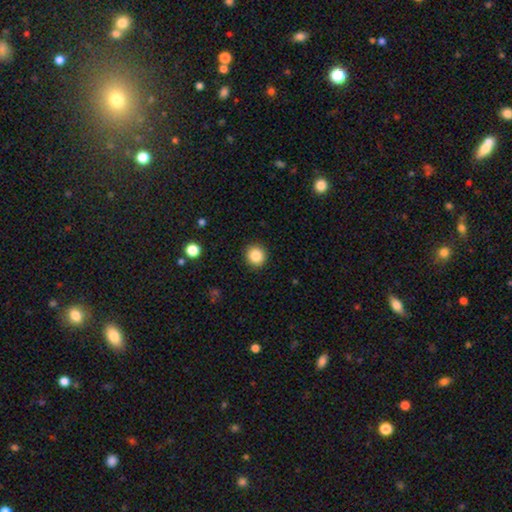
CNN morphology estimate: Q: Smooth or featured?
A: smooth (85%); runner-up: star or artifact (10%)
Q: How rounded?
A: round (92%); runner-up: in between (7%)
Q: Merging?
A: none (92%); runner-up: minor disturbance (5%)